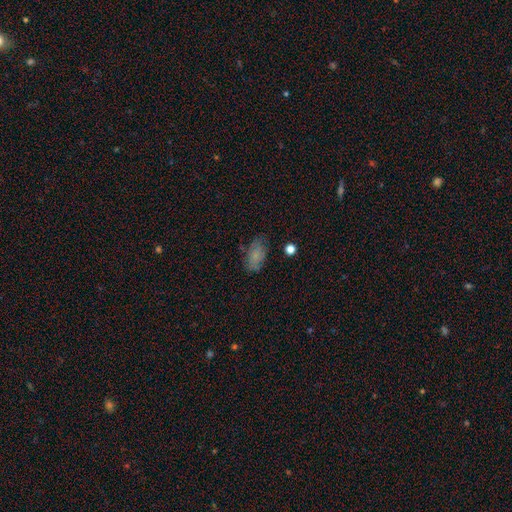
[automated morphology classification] smooth 76%, featured or disk 14%, star or artifact 9%. Down the decision tree: how rounded — in between (92%); merging — none (71%).